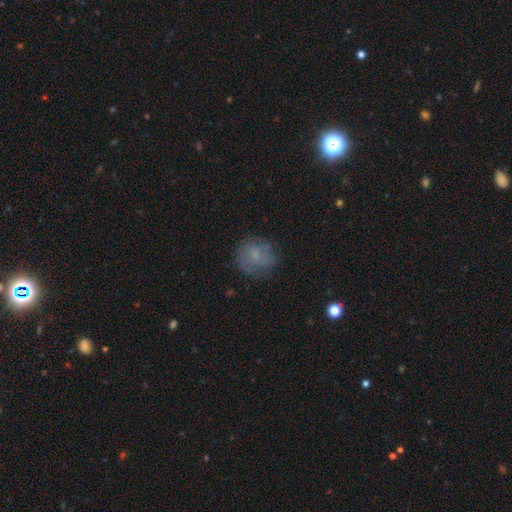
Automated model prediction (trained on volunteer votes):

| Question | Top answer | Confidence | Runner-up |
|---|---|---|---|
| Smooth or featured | smooth | 62% | featured or disk (27%) |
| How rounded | round | 83% | in between (16%) |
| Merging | none | 72% | minor disturbance (18%) |